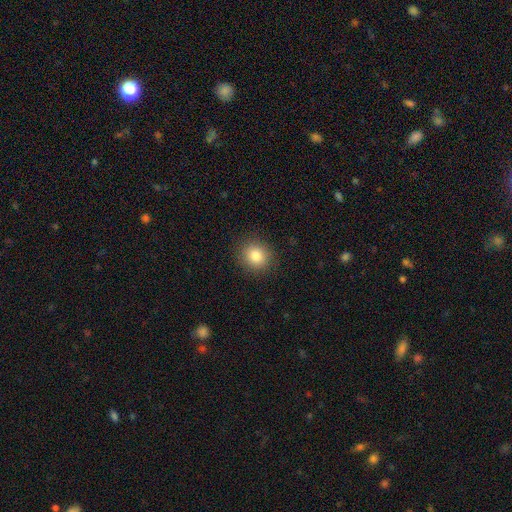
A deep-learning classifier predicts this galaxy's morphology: A smooth galaxy with no disk features (82%) that is round (87%).

Vote fractions:
- Smooth or featured? smooth: 82% / star or artifact: 11% / featured or disk: 7%
- How rounded? round: 87% / in between: 12% / cigar-shaped: 1%
- Merging? none: 90% / minor disturbance: 7% / major disturbance: 2% / merger: 1%